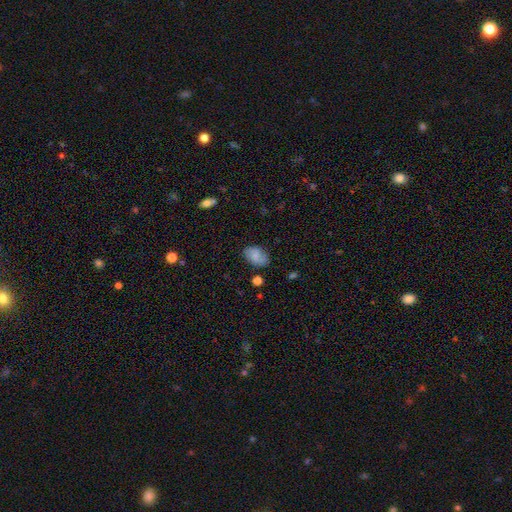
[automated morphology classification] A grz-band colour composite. It shows a smooth galaxy with no disk features (69%) that is in between round and cigar-shaped (87%). Merging: none (74%).